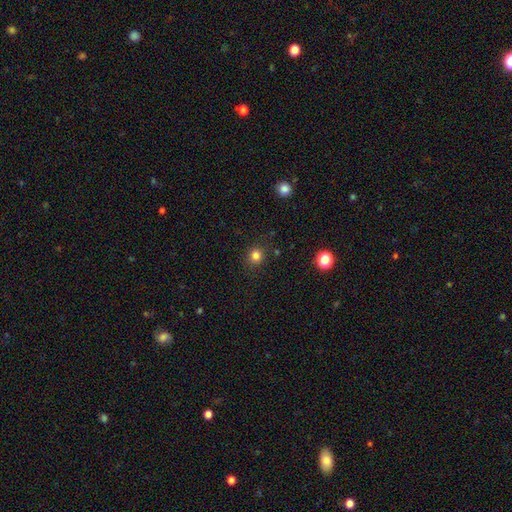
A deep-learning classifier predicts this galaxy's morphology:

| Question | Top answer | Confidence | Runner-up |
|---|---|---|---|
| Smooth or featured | smooth | 81% | star or artifact (14%) |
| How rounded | round | 87% | in between (12%) |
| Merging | none | 86% | minor disturbance (9%) |